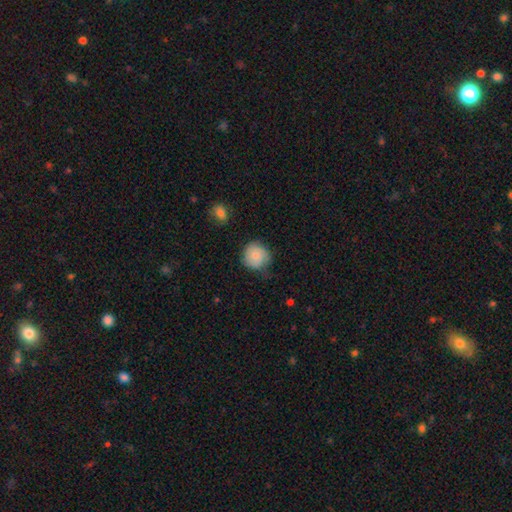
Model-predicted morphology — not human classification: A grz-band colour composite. It shows a smooth galaxy with no disk features (78%) that is round (89%). Merging: none (63%).